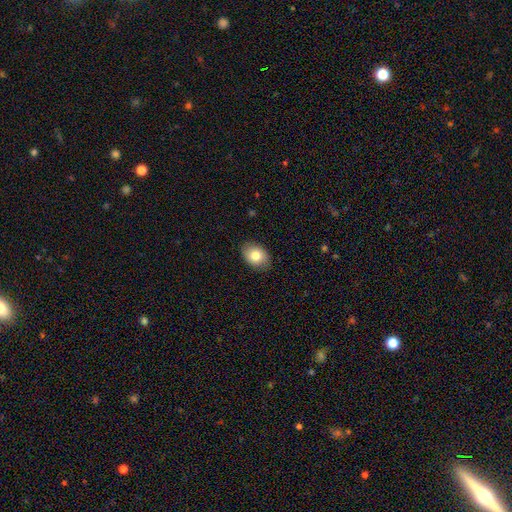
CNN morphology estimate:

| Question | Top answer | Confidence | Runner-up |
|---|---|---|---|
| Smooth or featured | smooth | 80% | featured or disk (13%) |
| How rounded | in between | 75% | round (24%) |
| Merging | none | 86% | minor disturbance (11%) |